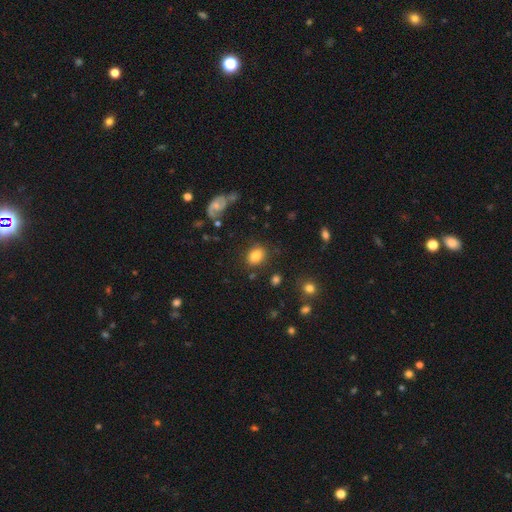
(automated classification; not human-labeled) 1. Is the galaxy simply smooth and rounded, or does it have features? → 80% smooth, 11% featured or disk, 10% star or artifact.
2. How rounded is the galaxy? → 64% in between, 35% round, 1% cigar-shaped.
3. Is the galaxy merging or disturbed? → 80% none, 13% minor disturbance, 4% major disturbance, 3% merger.